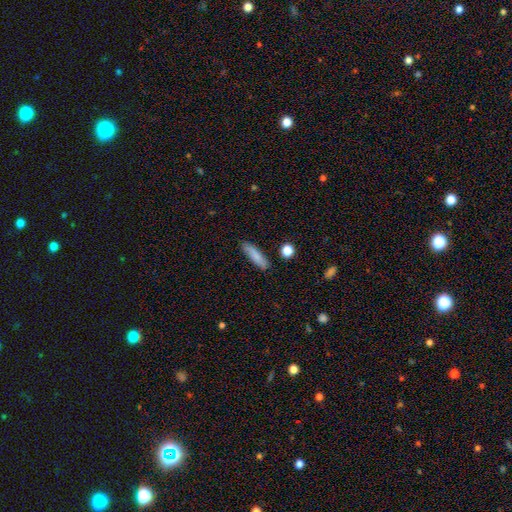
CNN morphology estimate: Smooth or featured? smooth (82%)
How rounded? cigar-shaped (74%)
Merging? none (84%)